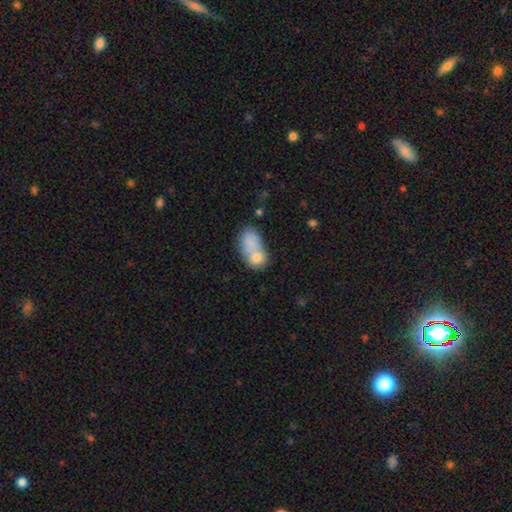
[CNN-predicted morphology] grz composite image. It shows a smooth galaxy with no disk features (76%) that is in between round and cigar-shaped (76%). Merging: merger (65%).